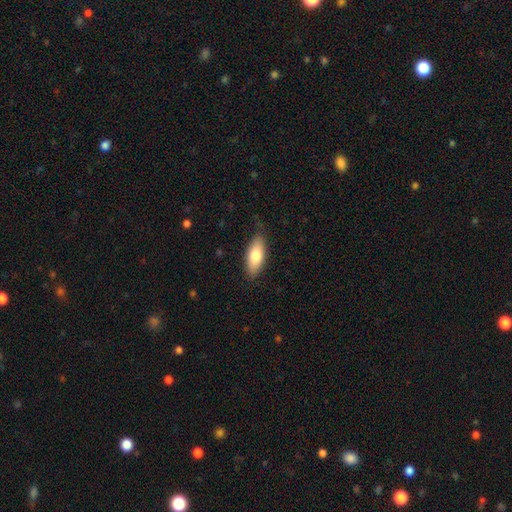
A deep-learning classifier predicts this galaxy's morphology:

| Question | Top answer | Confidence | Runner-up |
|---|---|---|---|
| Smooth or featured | smooth | 77% | featured or disk (17%) |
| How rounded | in between | 82% | cigar-shaped (16%) |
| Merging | none | 82% | minor disturbance (15%) |